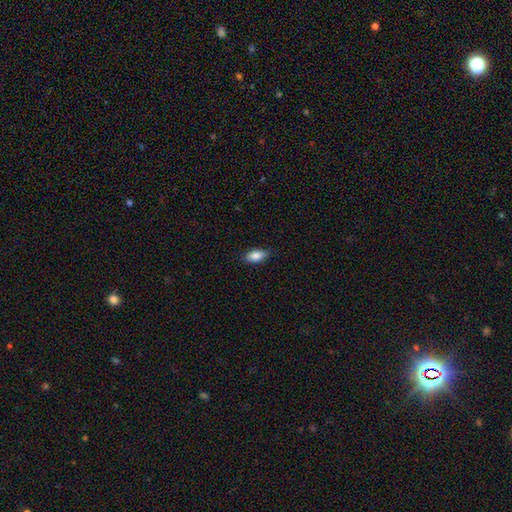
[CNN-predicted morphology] Smooth or featured? smooth (85%)
How rounded? in between (89%)
Merging? none (84%)